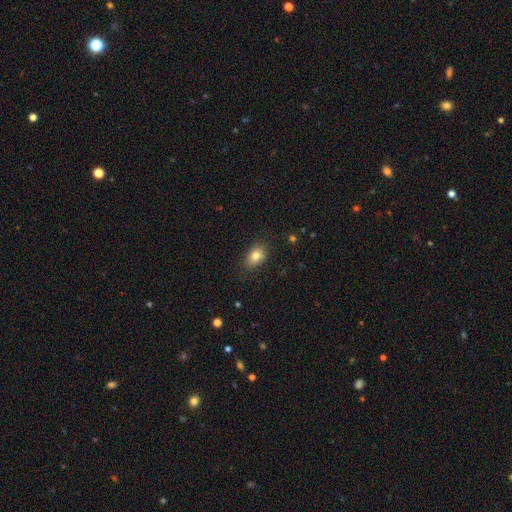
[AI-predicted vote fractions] Q: Smooth or featured?
A: smooth (81%); runner-up: star or artifact (10%)
Q: How rounded?
A: in between (80%); runner-up: round (18%)
Q: Merging?
A: none (80%); runner-up: minor disturbance (15%)